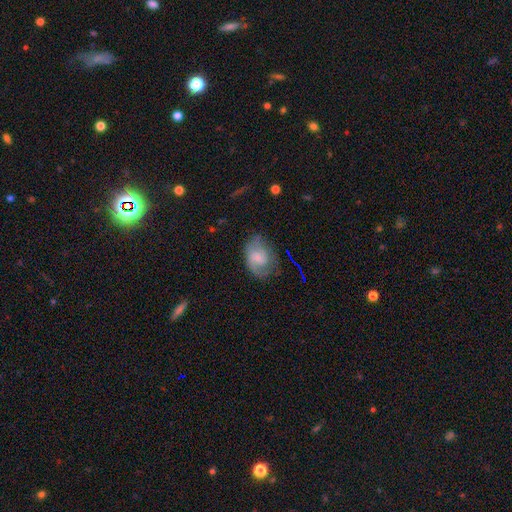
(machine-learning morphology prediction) This is possibly a featured or disk galaxy (54%). It is clearly not viewed edge-on (96%). Bar: possibly weak (46%). Spiral arm pattern: clearly yes (82%). Central bulge: marginally small (37%). Merging: possibly none (55%).